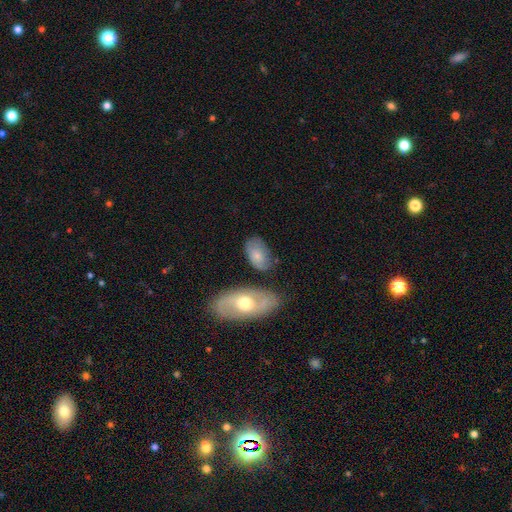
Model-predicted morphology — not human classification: This is likely a smooth galaxy (65%). How rounded: clearly in between (91%). Merging: likely none (63%).